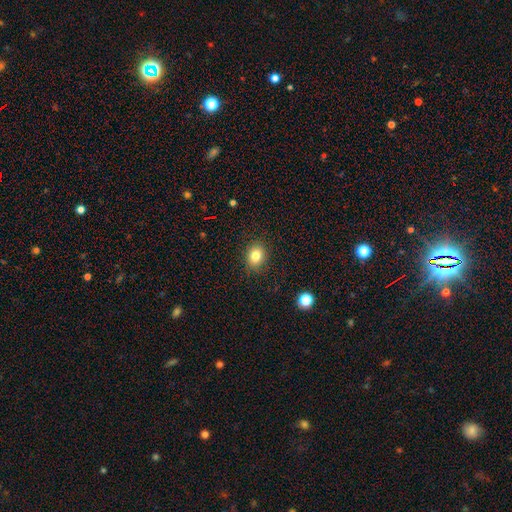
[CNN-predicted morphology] smooth_or_featured: smooth (p=0.81) [alt: star or artifact p=0.11]
how_rounded: in between (p=0.51) [alt: round p=0.48]
merging: none (p=0.86) [alt: minor disturbance p=0.10]